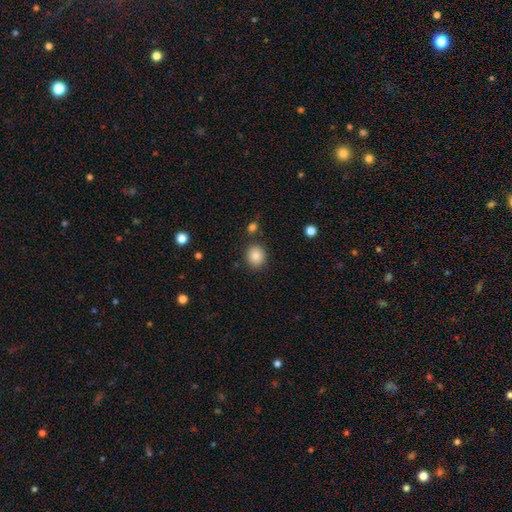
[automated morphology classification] A smooth galaxy with no disk features (87%) that is round (77%).

Vote fractions:
- Smooth or featured? smooth: 87% / star or artifact: 9% / featured or disk: 4%
- How rounded? round: 77% / in between: 22% / cigar-shaped: 1%
- Merging? none: 85% / minor disturbance: 9% / merger: 3% / major disturbance: 3%